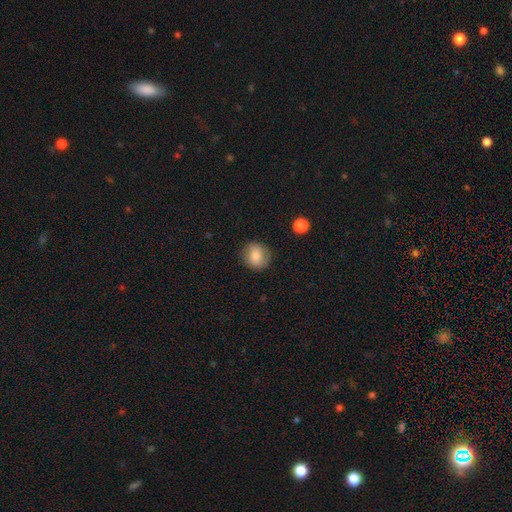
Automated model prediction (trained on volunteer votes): A smooth galaxy with no disk features (79%) that is round (80%).

Vote fractions:
- Smooth or featured? smooth: 79% / featured or disk: 13% / star or artifact: 8%
- How rounded? round: 80% / in between: 19% / cigar-shaped: 1%
- Merging? none: 83% / minor disturbance: 12% / major disturbance: 3% / merger: 1%